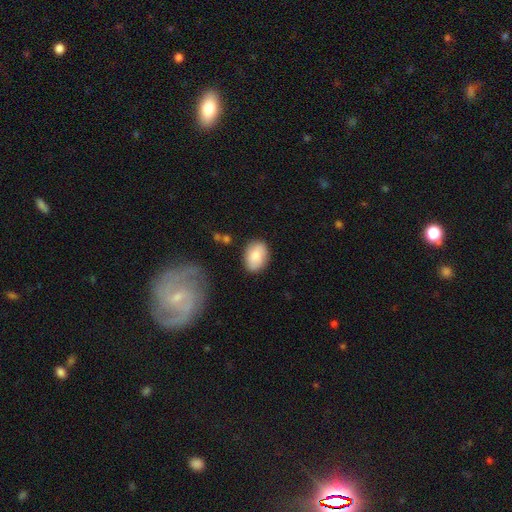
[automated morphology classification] type=smooth (80%); roundness=in between (83%); merging=none (79%).